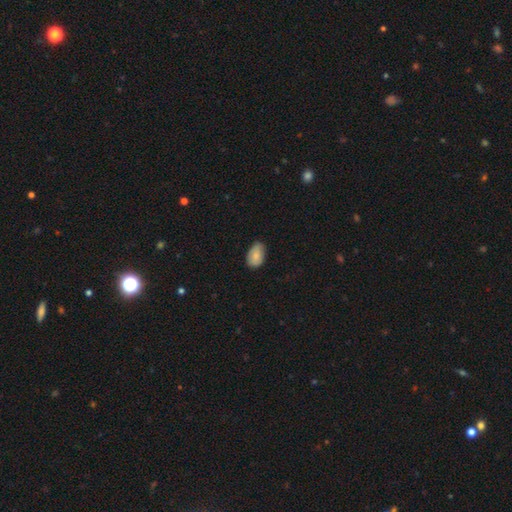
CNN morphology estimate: Smooth or featured?
  - smooth: 84% *
  - featured or disk: 9%
  - star or artifact: 7%
How rounded?
  - in between: 91% *
  - round: 8%
  - cigar-shaped: 1%
Merging?
  - none: 71% *
  - minor disturbance: 25%
  - major disturbance: 3%
  - merger: 1%